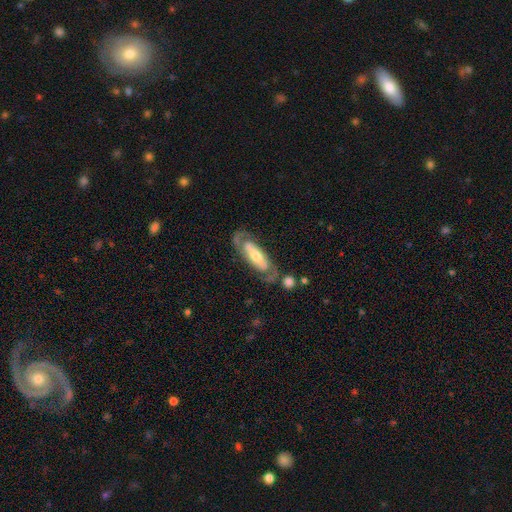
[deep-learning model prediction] smooth_or_featured: featured or disk (p=0.73) [alt: smooth p=0.22]
disk_edge_on: no (p=0.84) [alt: yes p=0.16]
bar: no (p=0.54) [alt: weak p=0.25]
has_spiral_arms: yes (p=0.78) [alt: no p=0.22]
bulge_size: moderate (p=0.51) [alt: small p=0.35]
merging: none (p=0.69) [alt: minor disturbance p=0.17]